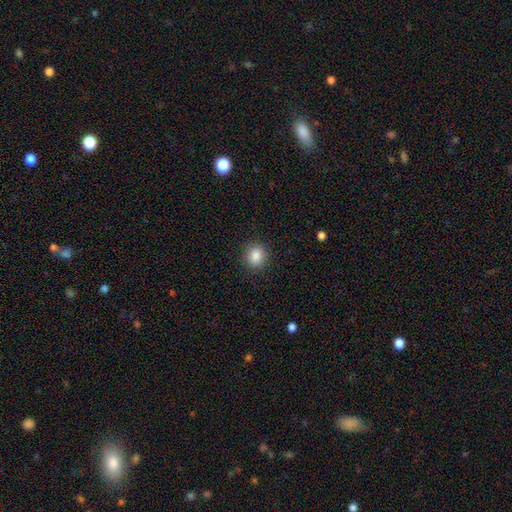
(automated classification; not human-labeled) Morphology: type=smooth (87%); roundness=round (83%); merging=none (90%).